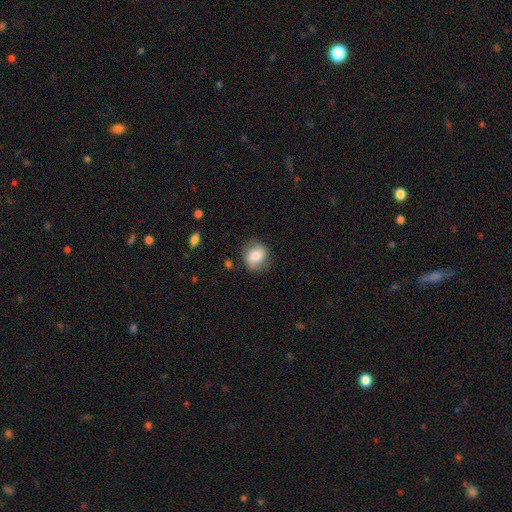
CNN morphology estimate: Overall: smooth (72%). How rounded: round (72%). Merging: none (77%).